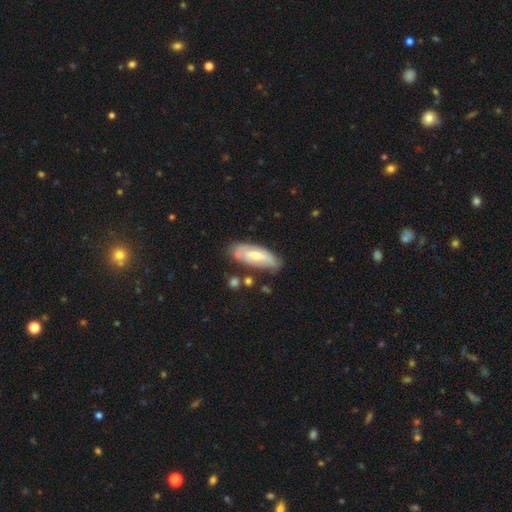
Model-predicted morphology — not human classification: A featured or disk galaxy (49%). Merging: none (66%).